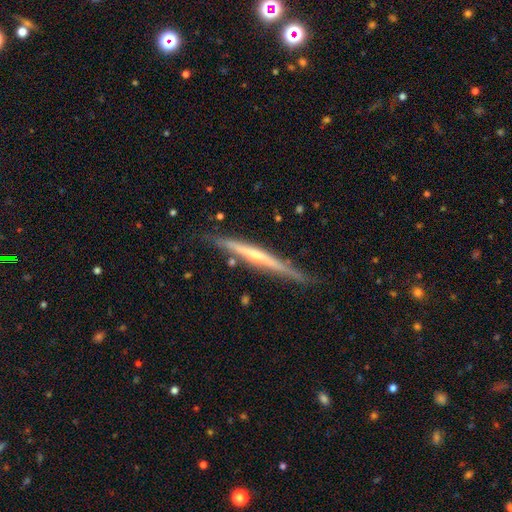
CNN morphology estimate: Smooth or featured? featured or disk (74%)
Edge-on disk? yes (97%)
Edge-on bulge? rounded (58%)
Merging? none (81%)